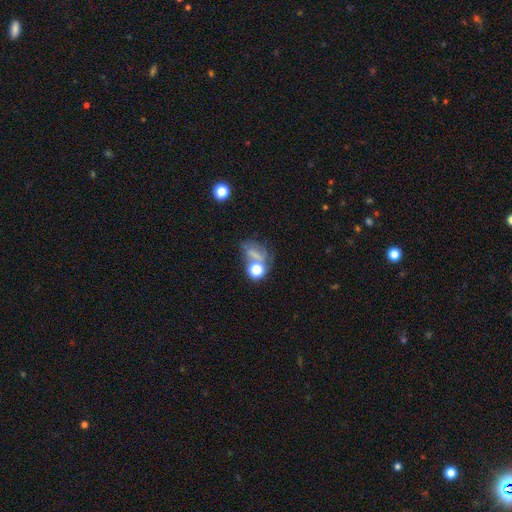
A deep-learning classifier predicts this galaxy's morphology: smooth 52%, star or artifact 26%, featured or disk 22%. Down the decision tree: how rounded — in between (55%); merging — none (34%).